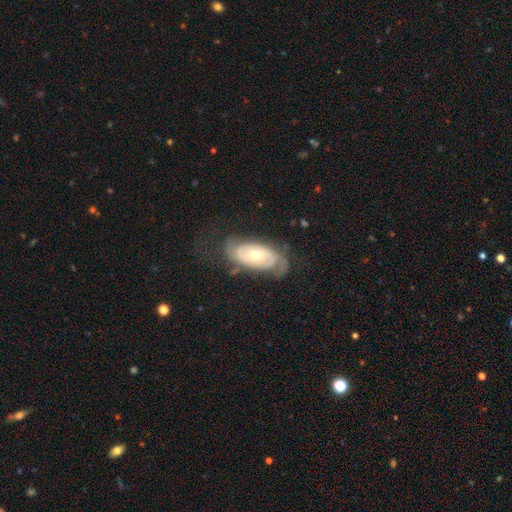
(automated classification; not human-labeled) Morphology: type=featured or disk (70%); edge-on=no (91%); bar=no (79%); spiral arms=yes (72%); bulge=moderate (64%); merging=none (63%).